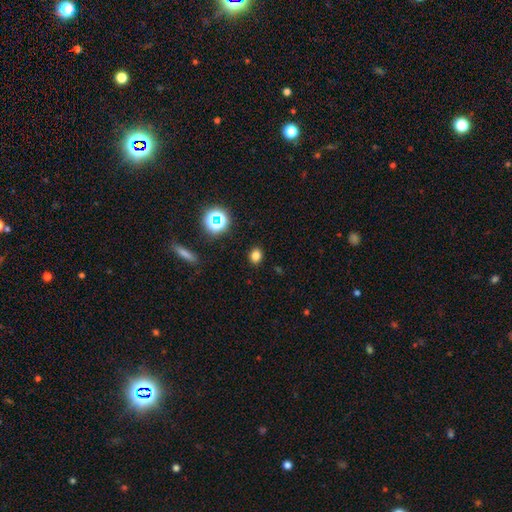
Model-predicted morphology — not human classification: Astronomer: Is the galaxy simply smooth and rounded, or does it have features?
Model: smooth — 77%.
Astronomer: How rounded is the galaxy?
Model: round — 57% (runner-up: in between, 42%).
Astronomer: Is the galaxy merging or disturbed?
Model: none — 89%.